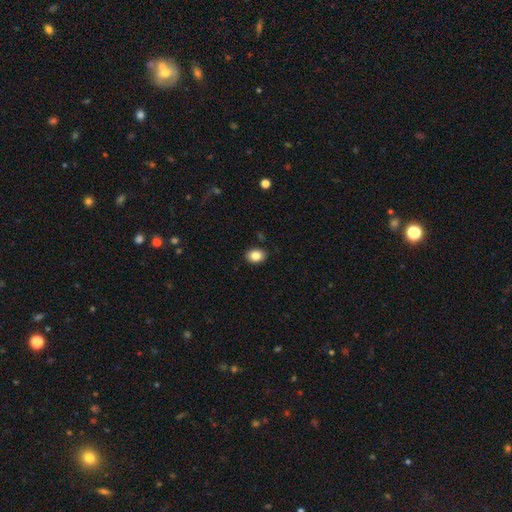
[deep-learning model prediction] This appears to be a smooth galaxy with no disk features (84%) that is in between round and cigar-shaped (56%). Merging: none (89%).